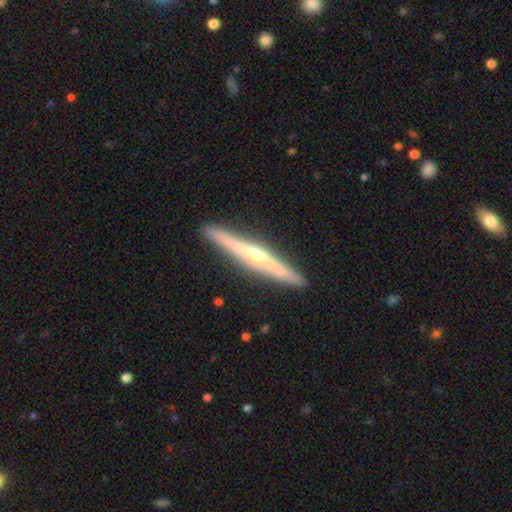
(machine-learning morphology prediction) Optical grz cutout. It shows a featured or disk galaxy (75%) viewed edge-on (97%) with a rounded central bulge (78%). Merging: none (90%).